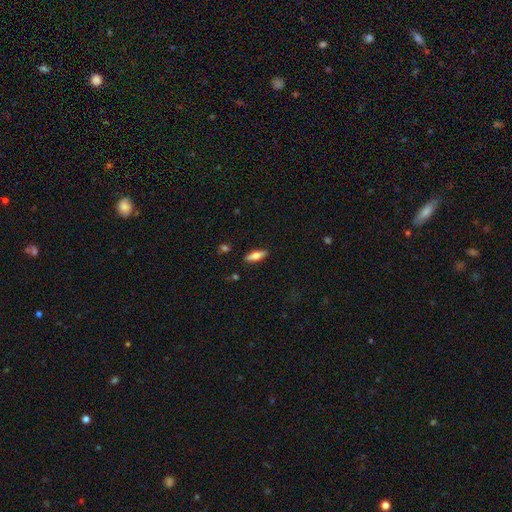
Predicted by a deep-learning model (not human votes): Morphology: type=smooth (70%); roundness=in between (56%); merging=none (88%).